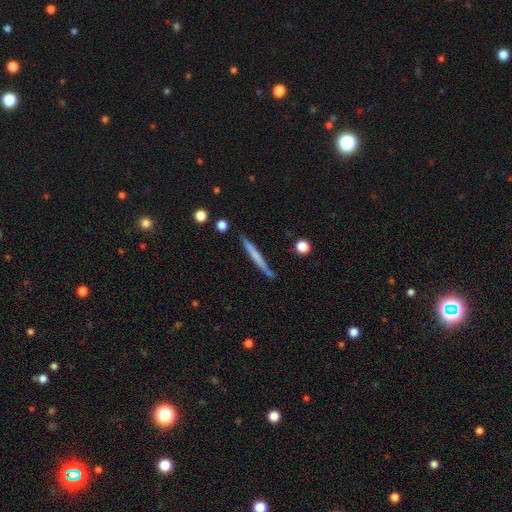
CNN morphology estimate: Smooth or featured? smooth (51%)
How rounded? cigar-shaped (96%)
Merging? none (84%)